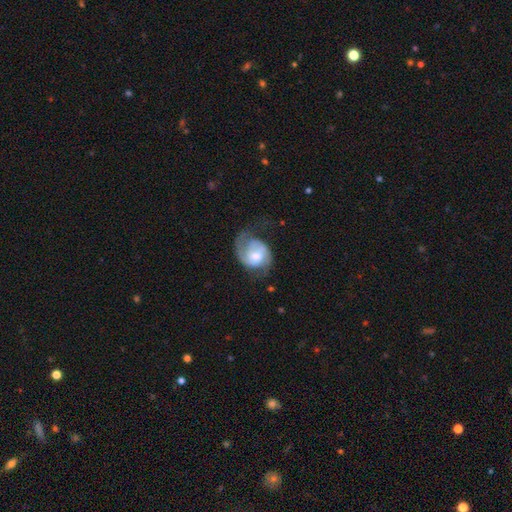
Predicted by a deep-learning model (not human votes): Smooth or featured? Predicted: featured or disk (p=0.75). Edge-on disk? Predicted: no (p=0.97). Bar? Predicted: no (p=0.51). Spiral arms? Predicted: yes (p=0.92). Spiral winding? Predicted: medium (p=0.44). Spiral arm count? Predicted: 2 (p=0.72). Bulge size? Predicted: moderate (p=0.58). Merging? Predicted: none (p=0.47).